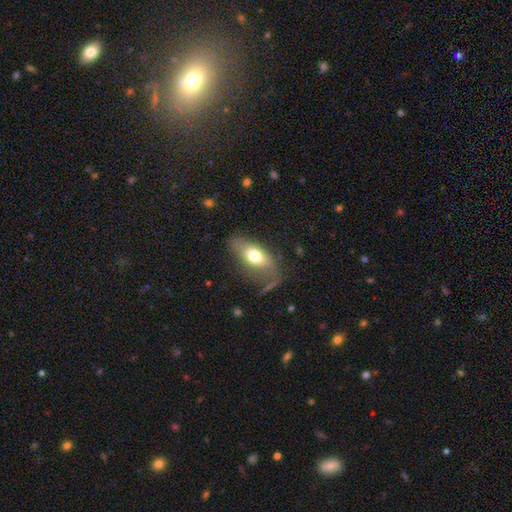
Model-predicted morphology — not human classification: Smooth or featured: smooth — 60% (featured or disk — 32%)
How rounded: in between — 81% (cigar-shaped — 13%)
Merging: none — 53% (minor disturbance — 25%)